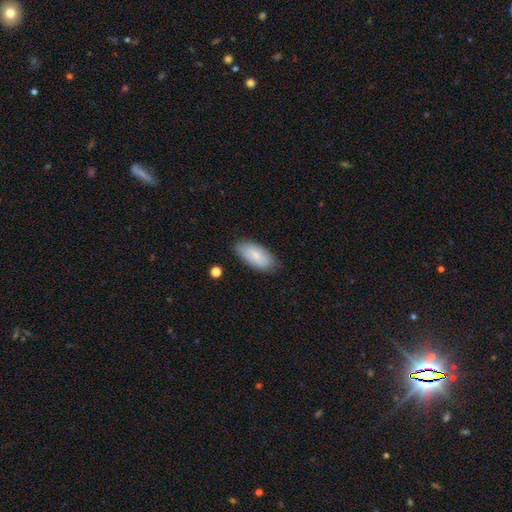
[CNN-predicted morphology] This appears to be a smooth galaxy with no disk features (77%) that is in between round and cigar-shaped (91%). Merging: none (81%).